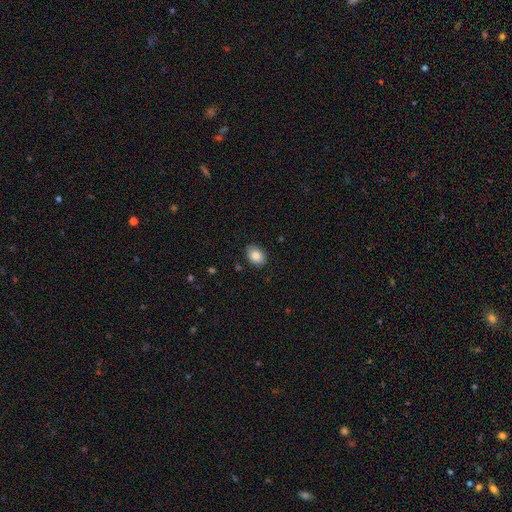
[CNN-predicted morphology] type=smooth (86%); roundness=in between (77%); merging=none (87%).